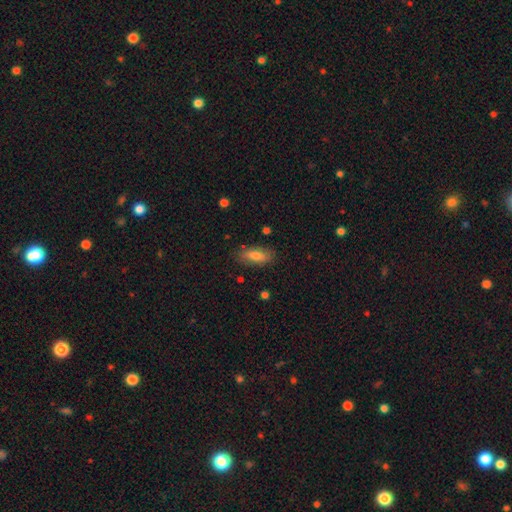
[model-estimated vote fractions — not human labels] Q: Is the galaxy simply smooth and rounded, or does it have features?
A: smooth — 74%.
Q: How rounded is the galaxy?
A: in between — 76%.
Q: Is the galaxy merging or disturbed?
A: none — 83%.